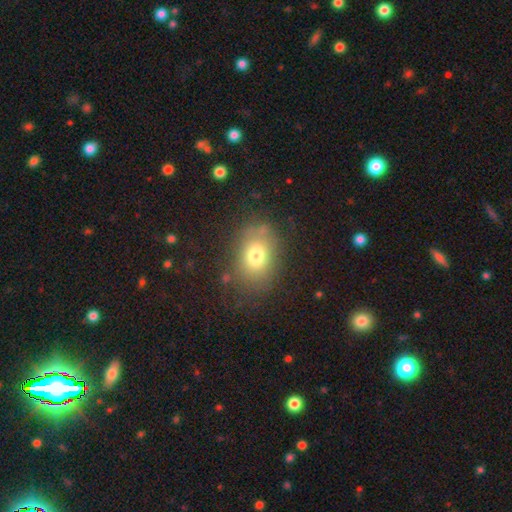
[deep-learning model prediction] The model was most divided on "how rounded": in between: 69%, round: 29%, cigar-shaped: 1%. More confident: smooth or featured — smooth (73%); merging — none (72%).